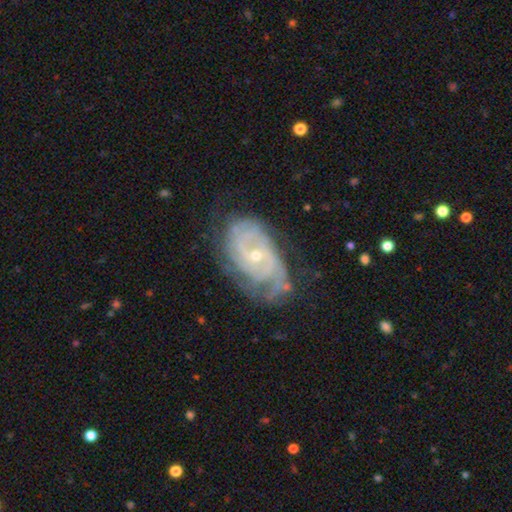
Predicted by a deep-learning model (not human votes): smooth-or-featured: featured or disk: 85% | smooth: 9% | star or artifact: 6%
  disk-edge-on: no: 96% | yes: 4%
    bar: no: 67% | weak: 27% | strong: 6%
    has-spiral-arms: yes: 95% | no: 5%
      spiral-winding: tight: 66% | medium: 27% | loose: 7%
      spiral-arm-count: can't tell: 34% | 2: 30% | 3: 17% | 4: 8% | 1: 5% | more than 4: 5%
    bulge-size: small: 67% | moderate: 30% | large: 1% | none: 1% | dominant: 1%
  merging: none: 59% | minor disturbance: 27% | major disturbance: 13% | merger: 2%